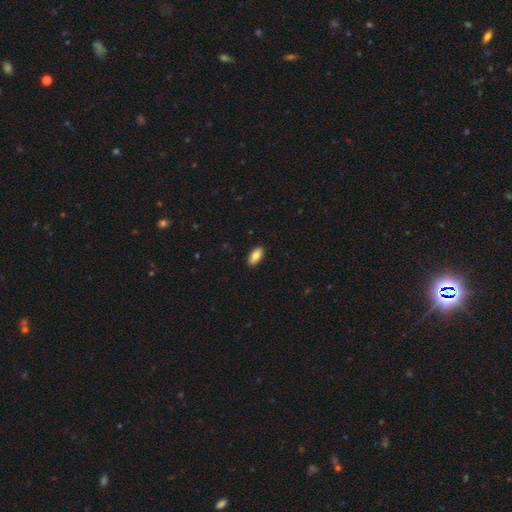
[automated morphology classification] smooth-or-featured: smooth: 82% | featured or disk: 11% | star or artifact: 6%
  how-rounded: in between: 86% | cigar-shaped: 12% | round: 2%
  merging: none: 90% | minor disturbance: 7% | major disturbance: 2% | merger: 1%